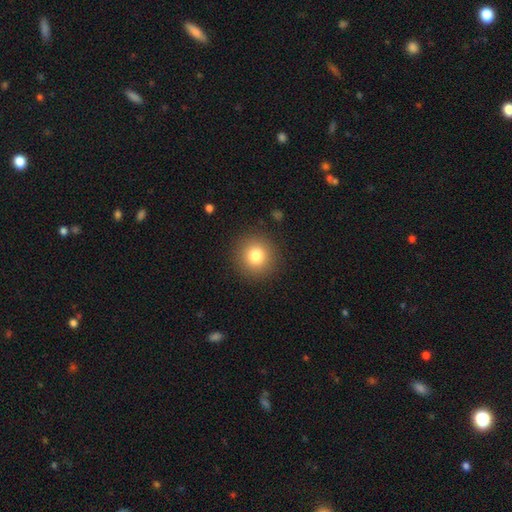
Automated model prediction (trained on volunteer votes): Q: Smooth or featured?
A: smooth (81%); runner-up: star or artifact (11%)
Q: How rounded?
A: round (94%); runner-up: in between (5%)
Q: Merging?
A: none (90%); runner-up: minor disturbance (6%)